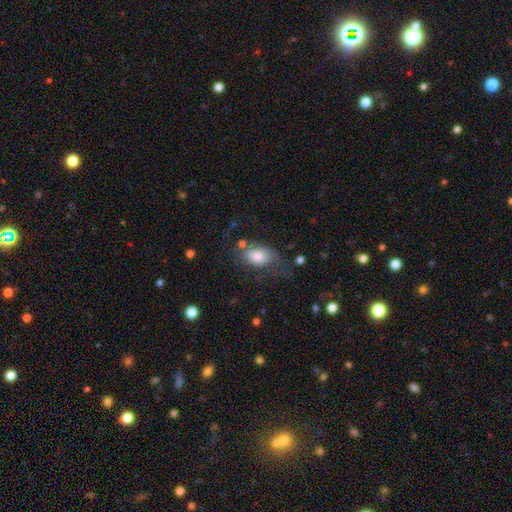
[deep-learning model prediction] This is likely a smooth galaxy (72%). How rounded: clearly in between (90%). Merging: marginally none (42%).